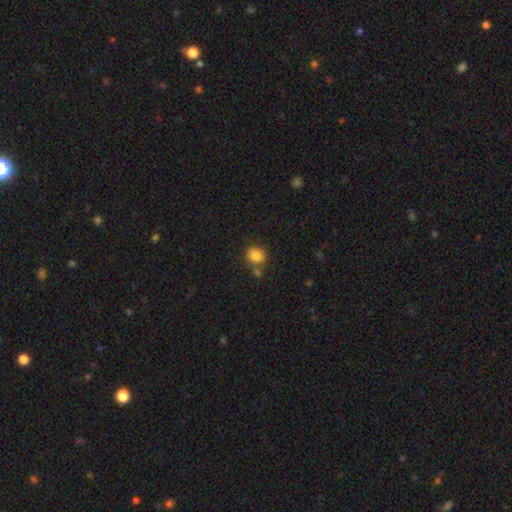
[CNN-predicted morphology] Overall: smooth (84%). How rounded: round (62%; in between 37%). Merging: none (69%).